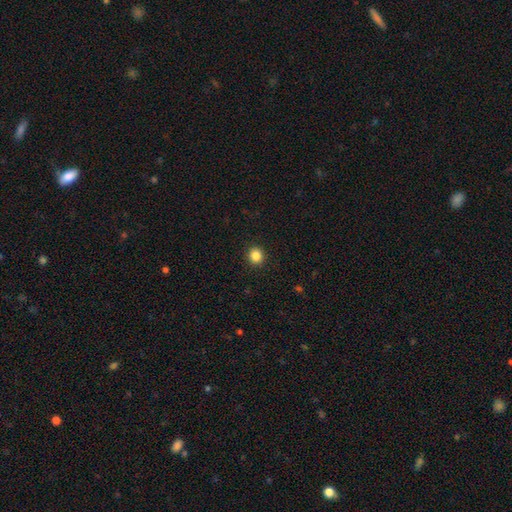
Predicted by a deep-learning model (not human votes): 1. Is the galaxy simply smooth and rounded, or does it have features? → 86% smooth, 11% star or artifact, 4% featured or disk.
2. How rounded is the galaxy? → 84% round, 15% in between, 1% cigar-shaped.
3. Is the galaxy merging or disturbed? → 92% none, 5% minor disturbance, 2% major disturbance, 1% merger.